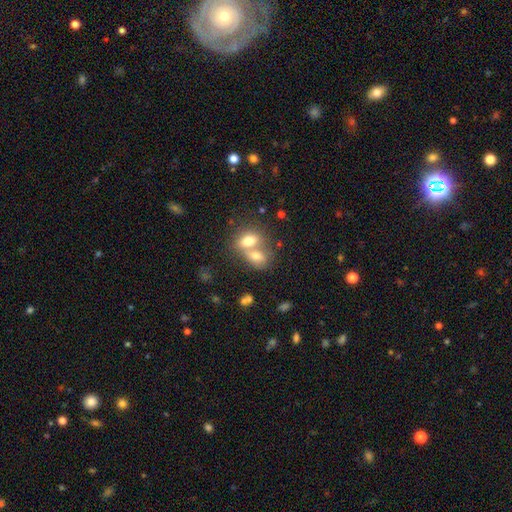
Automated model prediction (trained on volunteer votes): Overall: smooth (72%). How rounded: in between (75%). Merging: merger (69%).